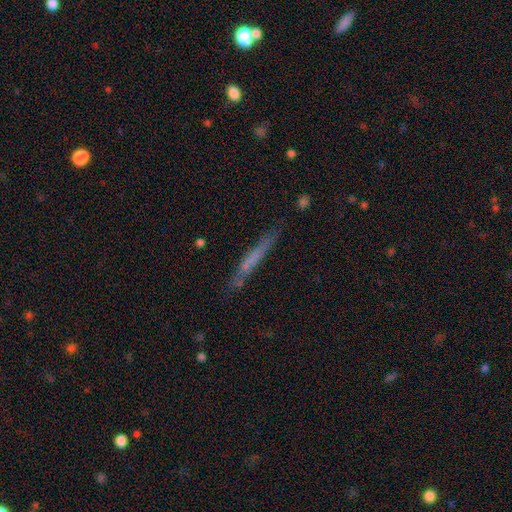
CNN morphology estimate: Smooth or featured? Predicted: smooth (p=0.52). How rounded? Predicted: cigar-shaped (p=0.96). Merging? Predicted: none (p=0.80).